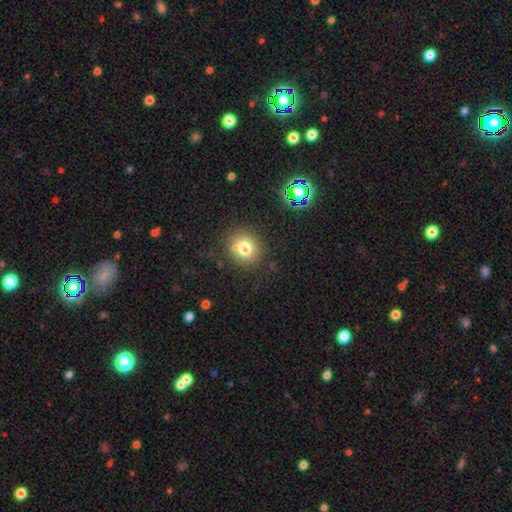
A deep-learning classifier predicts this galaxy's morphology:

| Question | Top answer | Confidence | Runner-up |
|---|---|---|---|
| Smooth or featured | smooth | 68% | star or artifact (23%) |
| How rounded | round | 89% | in between (10%) |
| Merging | none | 86% | minor disturbance (8%) |